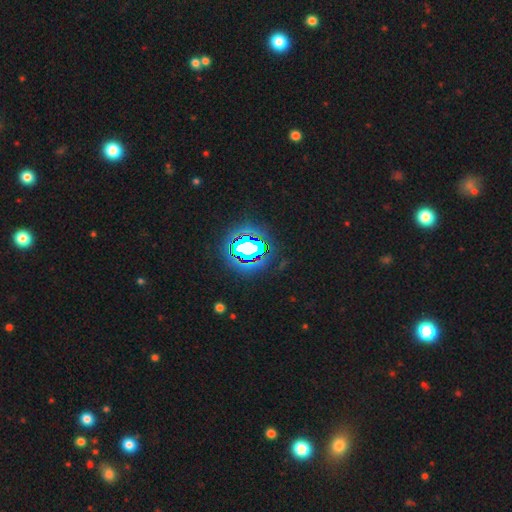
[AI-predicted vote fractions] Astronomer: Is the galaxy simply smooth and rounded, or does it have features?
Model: star or artifact — 79%.